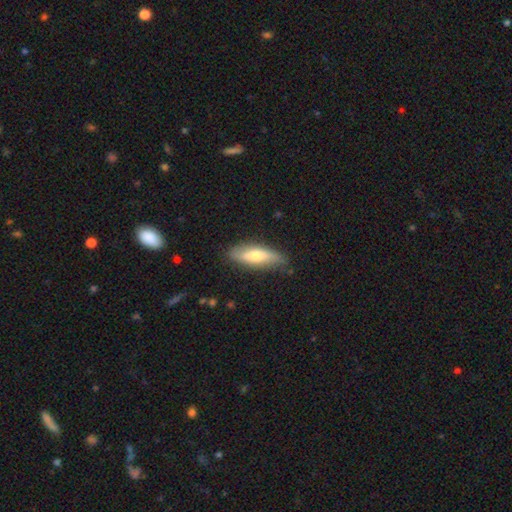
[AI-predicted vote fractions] Q: Smooth or featured?
A: smooth (60%); runner-up: featured or disk (35%)
Q: How rounded?
A: in between (51%); runner-up: cigar-shaped (47%)
Q: Merging?
A: none (77%); runner-up: minor disturbance (18%)